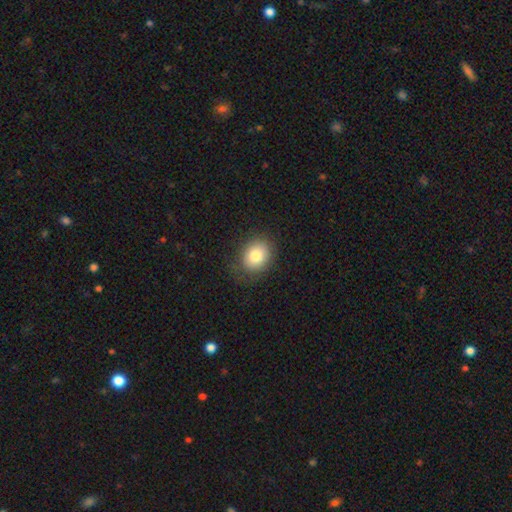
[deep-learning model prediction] smooth 81%, featured or disk 10%, star or artifact 9%. Down the decision tree: how rounded — round (59%); merging — none (79%).